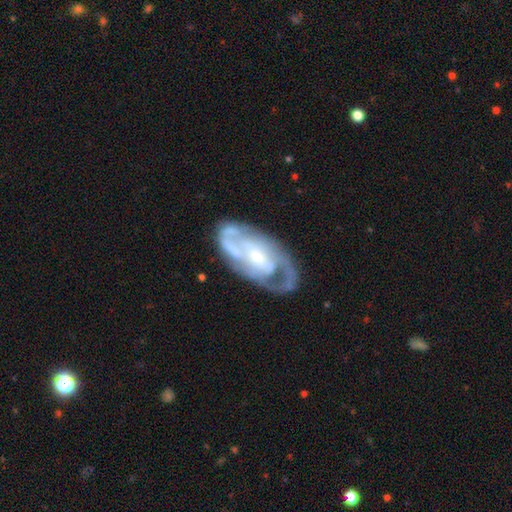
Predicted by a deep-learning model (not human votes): This is clearly a featured or disk galaxy (83%). It is clearly not viewed edge-on (95%). Bar: possibly no (48%). Spiral arm pattern: clearly yes (88%). Spiral arm count: possibly 2 (48%). Spiral winding: possibly tight (46%). Central bulge: marginally moderate (44%, tied with small). Merging: likely none (67%).